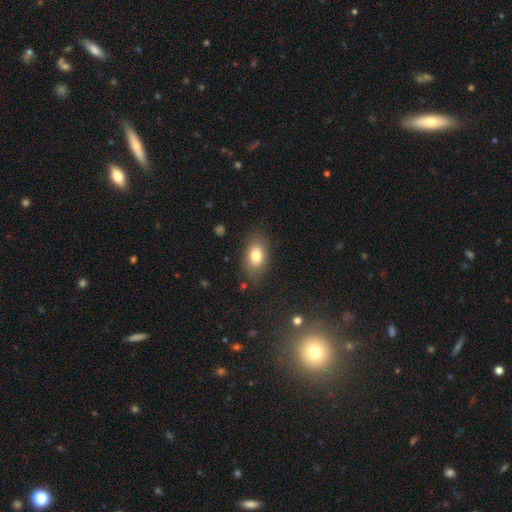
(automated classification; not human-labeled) Smooth or featured?
  - smooth: 76% *
  - featured or disk: 15%
  - star or artifact: 9%
How rounded?
  - in between: 87% *
  - round: 10%
  - cigar-shaped: 3%
Merging?
  - none: 78% *
  - minor disturbance: 15%
  - major disturbance: 5%
  - merger: 2%